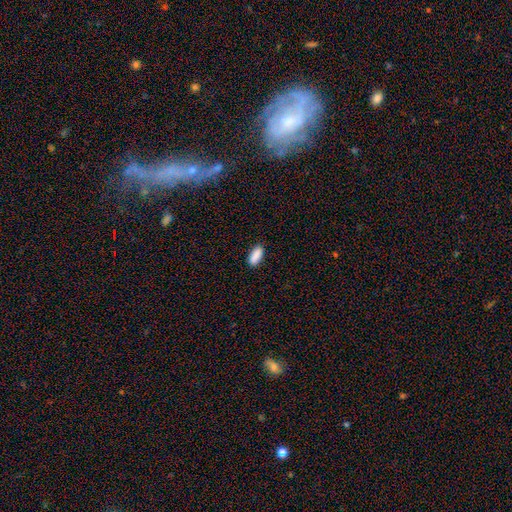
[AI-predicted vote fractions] Smooth or featured? smooth (90%)
How rounded? in between (81%)
Merging? none (89%)